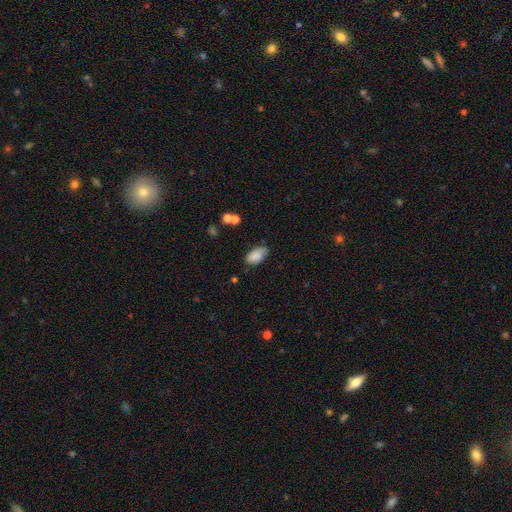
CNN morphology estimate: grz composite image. It shows a smooth galaxy with no disk features (85%) that is in between round and cigar-shaped (94%). Merging: none (71%).